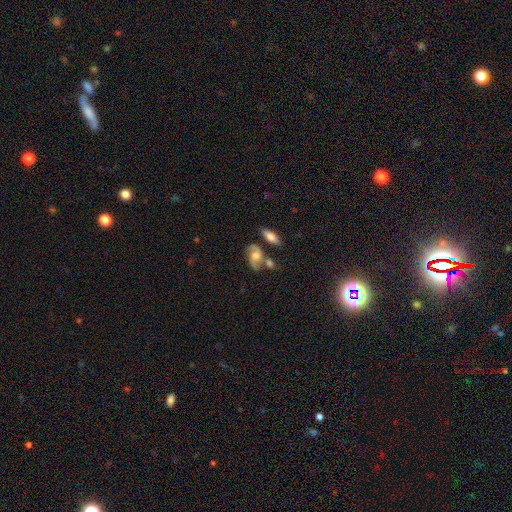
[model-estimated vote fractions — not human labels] A featured or disk galaxy (62%) with no bar (66%), 2 (85%) medium (49%) spiral arms (90%) and a moderate central bulge (44%).

Vote fractions:
- Smooth or featured? featured or disk: 62% / smooth: 30% / star or artifact: 8%
- Edge-on disk? no: 94% / yes: 6%
- Bar? no: 66% / weak: 29% / strong: 5%
- Spiral arms? yes: 90% / no: 10%
- Spiral winding? medium: 49% / loose: 30% / tight: 21%
- Spiral arm count? 2: 85% / can't tell: 7% / 1: 4% / 3: 2% / 4: 1% / more than 4: 1%
- Bulge size? moderate: 44% / large: 24% / small: 19% / none: 10% / dominant: 3%
- Merging? none: 54% / minor disturbance: 20% / merger: 17% / major disturbance: 9%